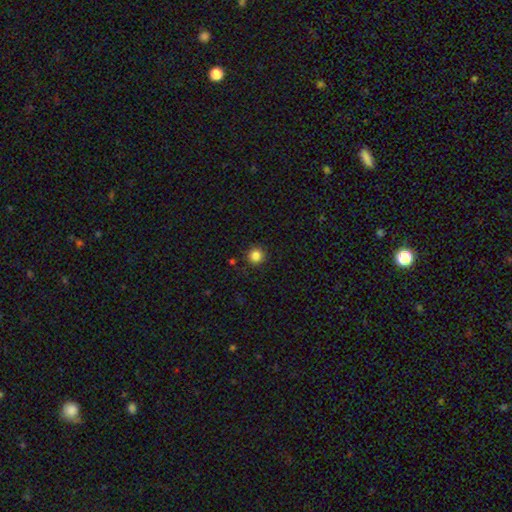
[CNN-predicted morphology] Q: Smooth or featured?
A: smooth (85%); runner-up: star or artifact (11%)
Q: How rounded?
A: round (95%); runner-up: in between (4%)
Q: Merging?
A: none (90%); runner-up: minor disturbance (7%)